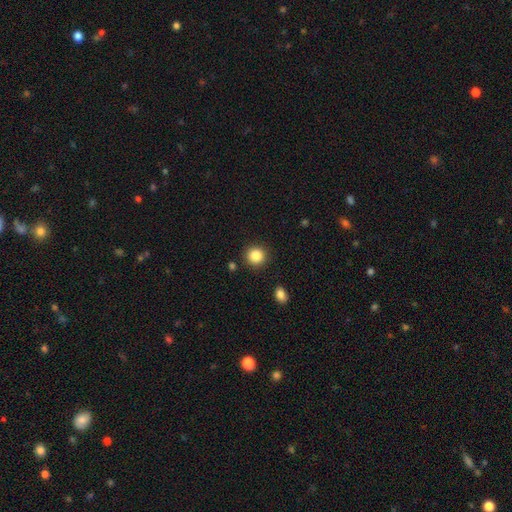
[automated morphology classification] This appears to be a smooth galaxy with no disk features (86%) that is round (92%). Merging: none (90%).